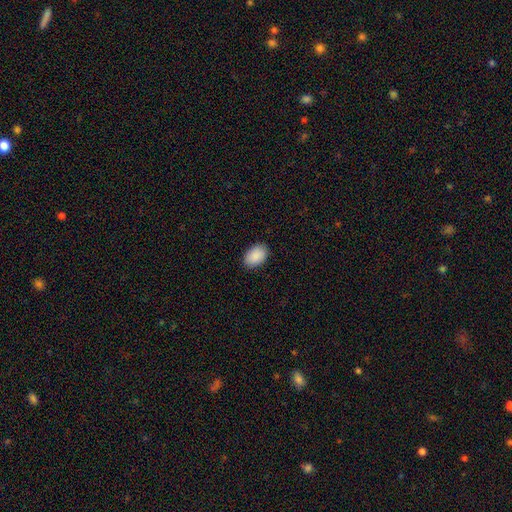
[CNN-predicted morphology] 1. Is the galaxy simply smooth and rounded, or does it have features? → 91% smooth, 6% star or artifact, 3% featured or disk.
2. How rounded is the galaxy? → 88% in between, 10% round, 1% cigar-shaped.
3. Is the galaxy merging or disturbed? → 89% none, 8% minor disturbance, 2% major disturbance, 1% merger.